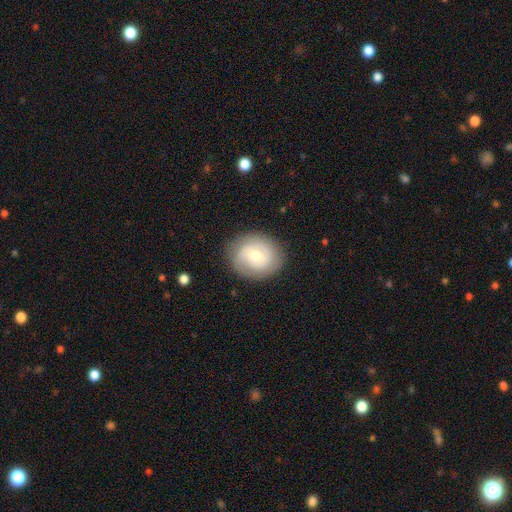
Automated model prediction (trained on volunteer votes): A featured or disk galaxy (54%) with no bar (63%), spiral arms (72%) and a moderate central bulge (58%). Merging: none (83%).